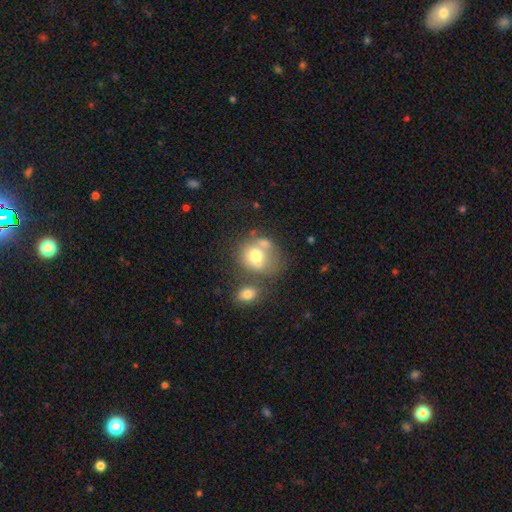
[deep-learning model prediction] The model was most divided on "merging": merger: 39%, none: 36%, minor disturbance: 15%, major disturbance: 10%. More confident: how rounded — round (70%); smooth or featured — smooth (65%).